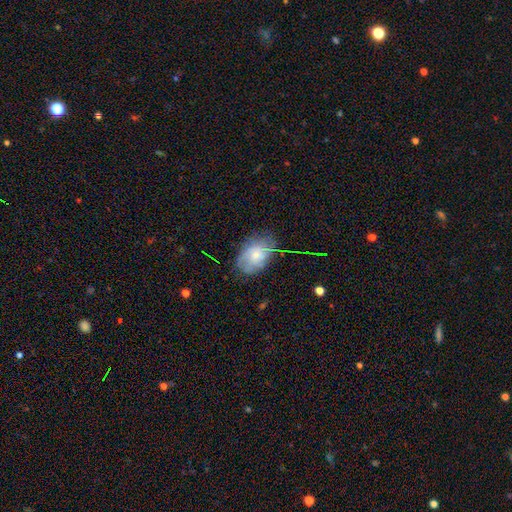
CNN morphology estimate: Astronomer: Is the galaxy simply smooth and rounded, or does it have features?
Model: smooth — 57% (runner-up: featured or disk, 34%).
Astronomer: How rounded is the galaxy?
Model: in between — 83%.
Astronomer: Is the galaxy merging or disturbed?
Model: none — 64%.